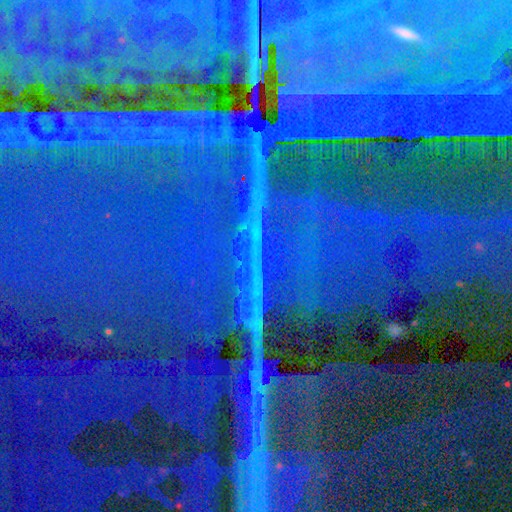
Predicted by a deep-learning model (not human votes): Overall: star or artifact (88%).